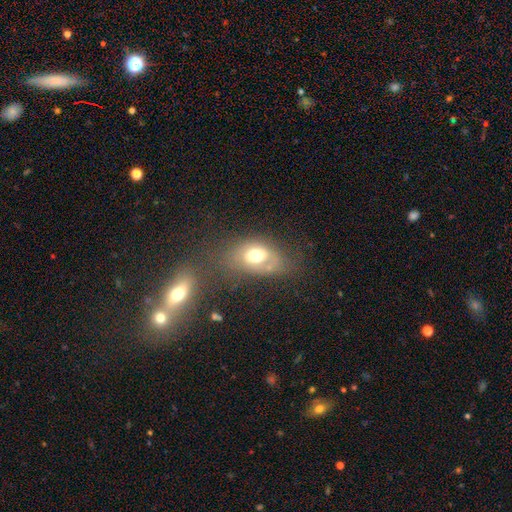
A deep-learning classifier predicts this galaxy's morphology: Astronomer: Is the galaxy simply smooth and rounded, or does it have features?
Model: smooth — 59%.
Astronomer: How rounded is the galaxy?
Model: in between — 81%.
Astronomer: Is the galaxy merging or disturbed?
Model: none — 43% (runner-up: minor disturbance, 24%).